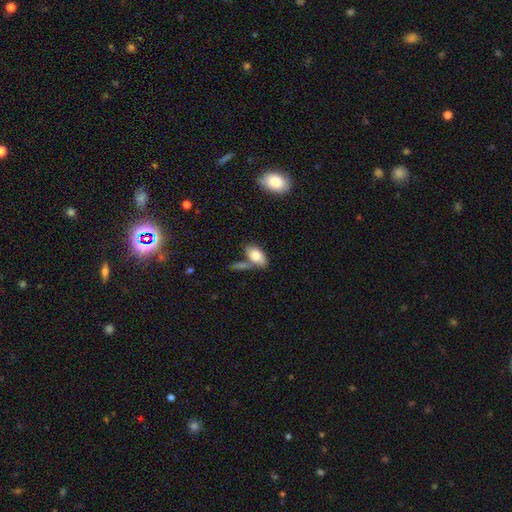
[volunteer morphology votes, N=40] Smooth or featured? 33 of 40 (82%) said smooth. How rounded? 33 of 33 (100%) said in between. Merging? 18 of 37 (49%) said none.